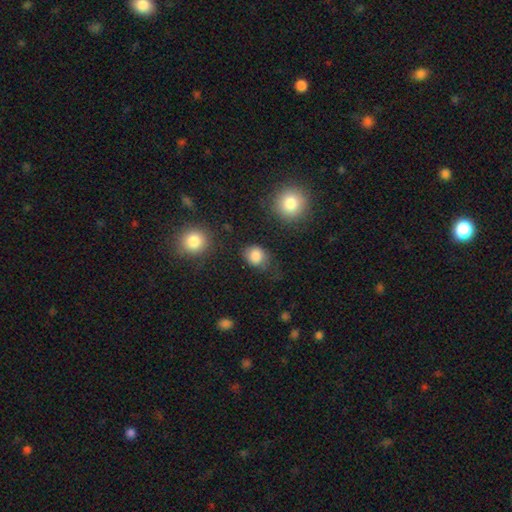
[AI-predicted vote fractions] Smooth or featured?
  - smooth: 85% *
  - star or artifact: 9%
  - featured or disk: 6%
How rounded?
  - round: 57% *
  - in between: 42%
  - cigar-shaped: 1%
Merging?
  - none: 60% *
  - minor disturbance: 25%
  - major disturbance: 11%
  - merger: 4%